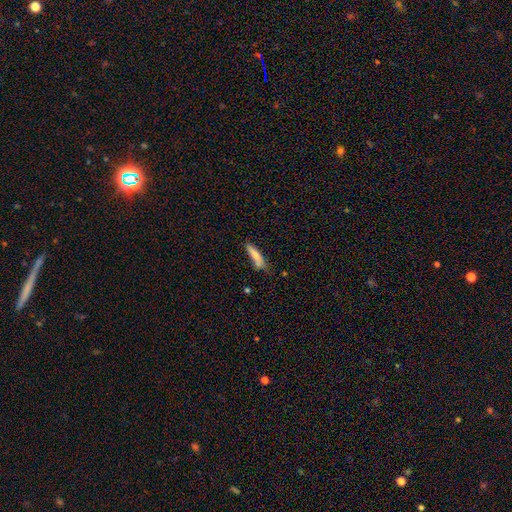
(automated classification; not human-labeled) Q: Smooth or featured?
A: smooth (77%); runner-up: featured or disk (16%)
Q: How rounded?
A: cigar-shaped (78%); runner-up: in between (21%)
Q: Merging?
A: none (60%); runner-up: minor disturbance (25%)